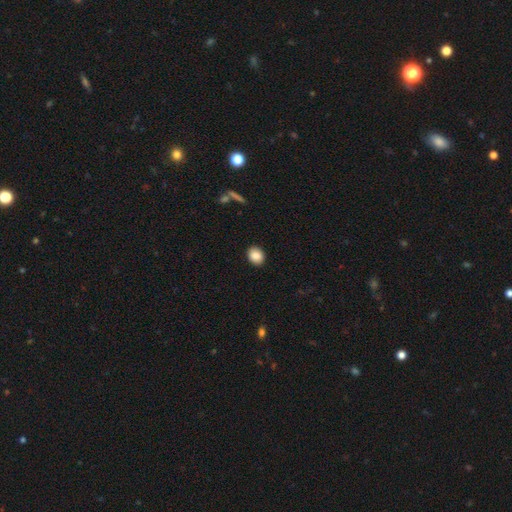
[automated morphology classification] A smooth galaxy with no disk features (87%) that is round (57%).

Vote fractions:
- Smooth or featured? smooth: 87% / star or artifact: 8% / featured or disk: 5%
- How rounded? round: 57% / in between: 42% / cigar-shaped: 1%
- Merging? none: 91% / minor disturbance: 6% / major disturbance: 2% / merger: 1%